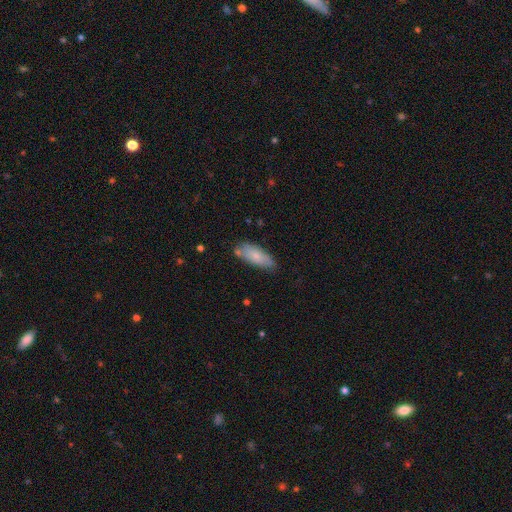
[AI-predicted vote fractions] A smooth galaxy with no disk features (76%) that is in between round and cigar-shaped (78%). Merging: none (70%).